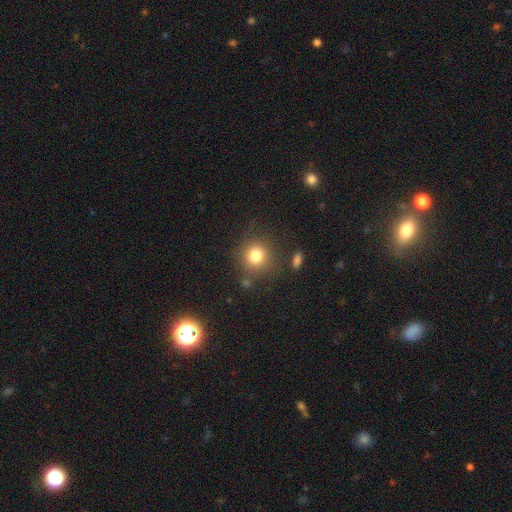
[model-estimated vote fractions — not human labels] Q: Smooth or featured?
A: smooth (80%); runner-up: star or artifact (12%)
Q: How rounded?
A: round (88%); runner-up: in between (11%)
Q: Merging?
A: none (78%); runner-up: minor disturbance (12%)